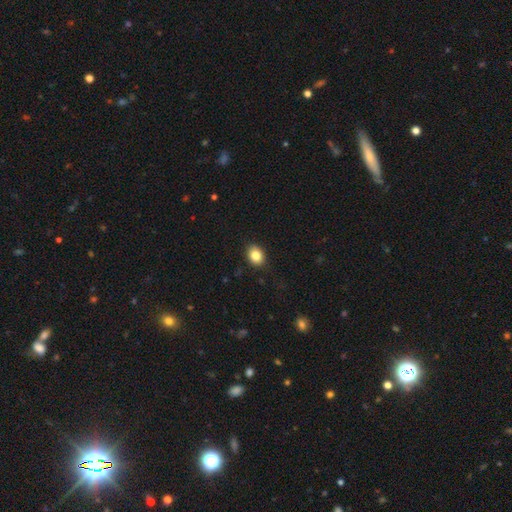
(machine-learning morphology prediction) Smooth or featured? smooth (84%)
How rounded? in between (62%)
Merging? none (87%)